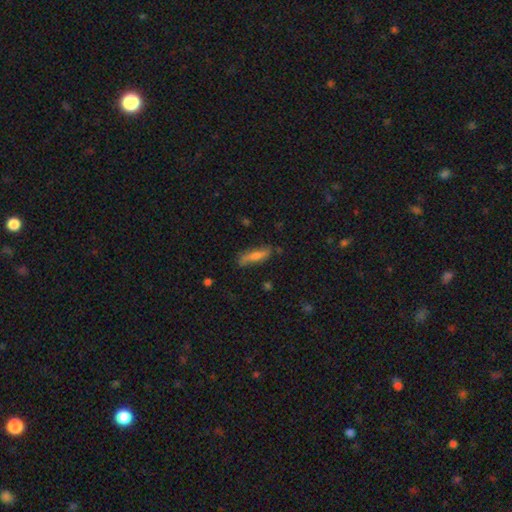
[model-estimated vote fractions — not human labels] Morphology: type=smooth (56%); roundness=cigar-shaped (71%); merging=none (73%).